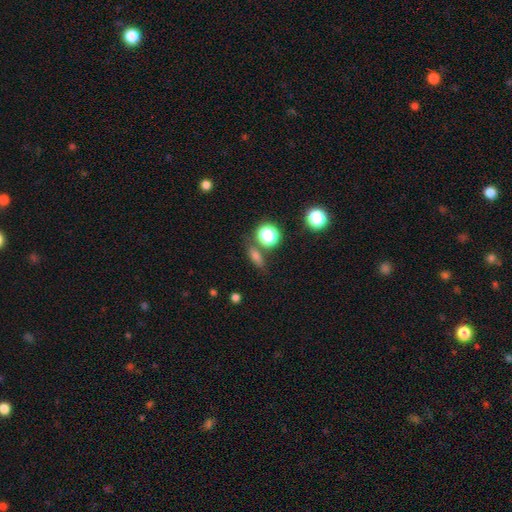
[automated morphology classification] smooth_or_featured: smooth (p=0.69) [alt: star or artifact p=0.21]
how_rounded: in between (p=0.48) [alt: cigar-shaped p=0.28]
merging: none (p=0.74) [alt: minor disturbance p=0.12]